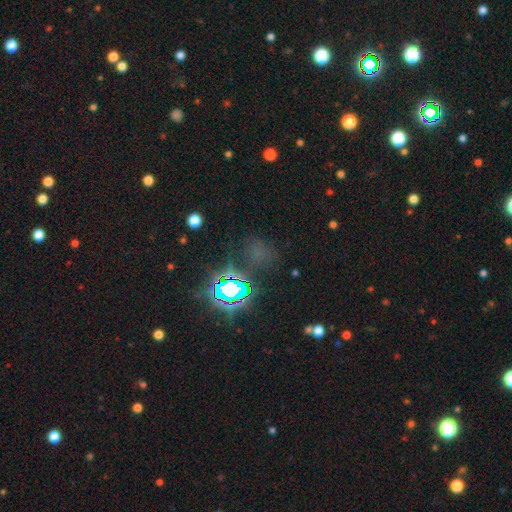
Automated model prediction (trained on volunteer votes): Smooth or featured? star or artifact (79%)